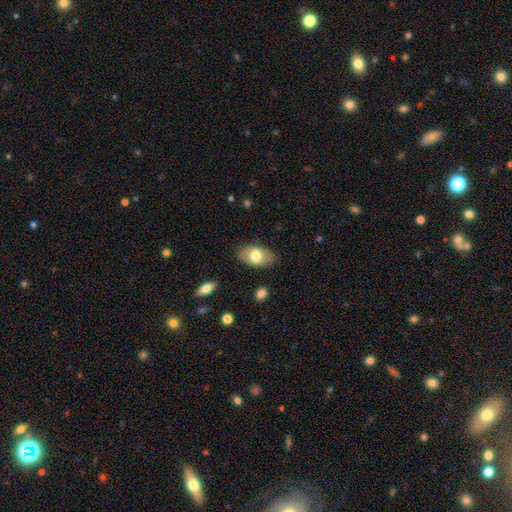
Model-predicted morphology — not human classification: smooth-or-featured: smooth: 74% | featured or disk: 20% | star or artifact: 7%
  how-rounded: in between: 92% | round: 6% | cigar-shaped: 2%
  merging: none: 83% | minor disturbance: 13% | major disturbance: 3% | merger: 1%